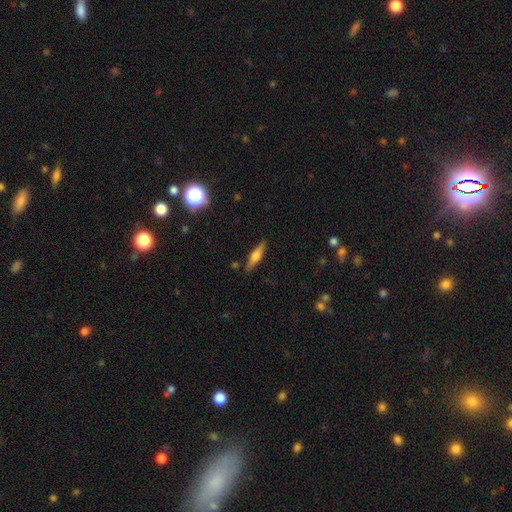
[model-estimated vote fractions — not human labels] Q: Smooth or featured?
A: featured or disk (51%); runner-up: smooth (42%)
Q: Edge-on disk?
A: yes (94%); runner-up: no (6%)
Q: Merging?
A: none (88%); runner-up: minor disturbance (9%)